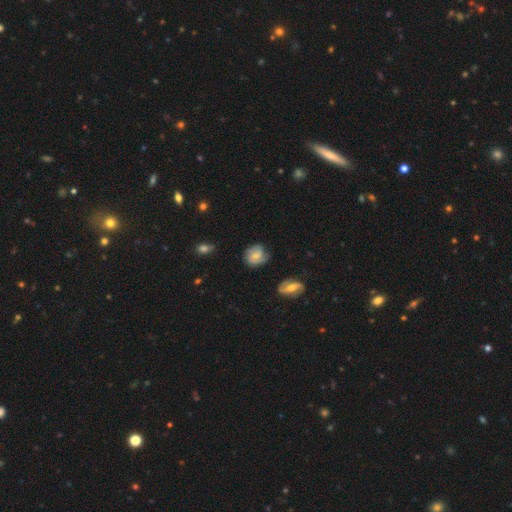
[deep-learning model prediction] A smooth galaxy with no disk features (47%).

Vote fractions:
- Smooth or featured? smooth: 47% / featured or disk: 44% / star or artifact: 9%
- Merging? none: 66% / minor disturbance: 24% / major disturbance: 7% / merger: 2%